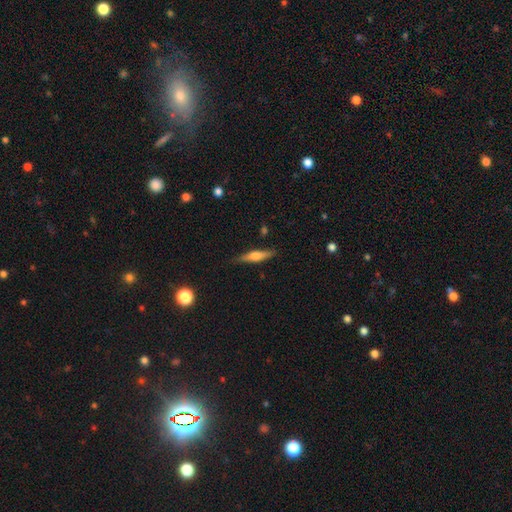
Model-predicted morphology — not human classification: A featured or disk galaxy (47%, tied with smooth). Merging: none (84%).